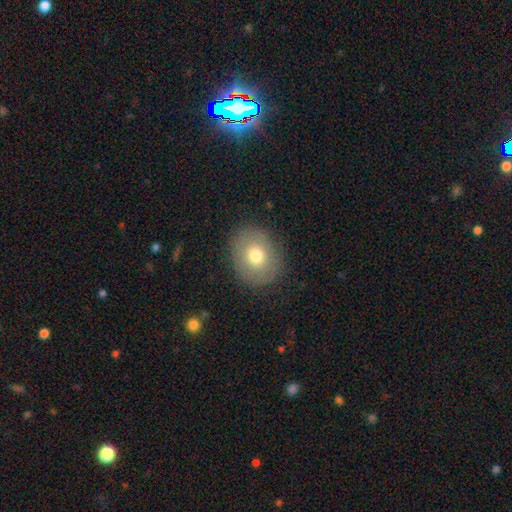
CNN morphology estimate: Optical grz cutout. It shows a smooth galaxy with no disk features (71%) that is round (54%). Merging: none (86%).